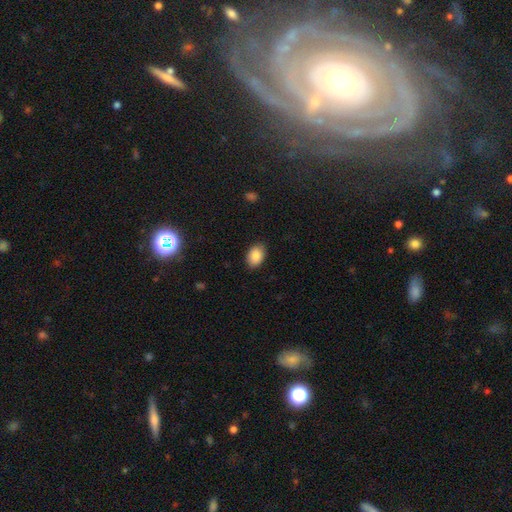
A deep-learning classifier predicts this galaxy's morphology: smooth-or-featured: smooth: 88% | star or artifact: 7% | featured or disk: 5%
  how-rounded: in between: 85% | round: 14% | cigar-shaped: 1%
  merging: none: 86% | minor disturbance: 10% | major disturbance: 2% | merger: 1%